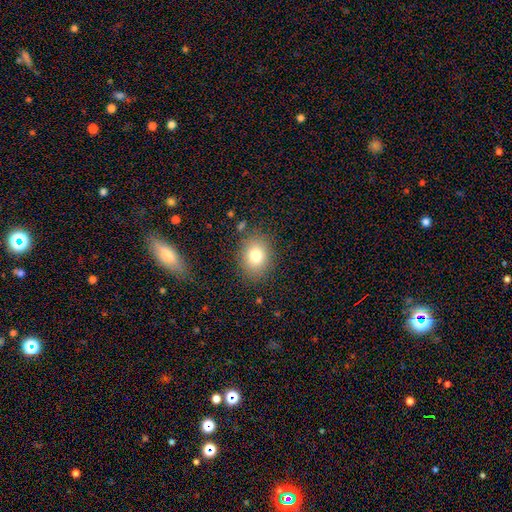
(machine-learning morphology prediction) Q: Smooth or featured?
A: smooth (79%); runner-up: star or artifact (11%)
Q: How rounded?
A: in between (50%); runner-up: round (49%)
Q: Merging?
A: none (84%); runner-up: minor disturbance (10%)